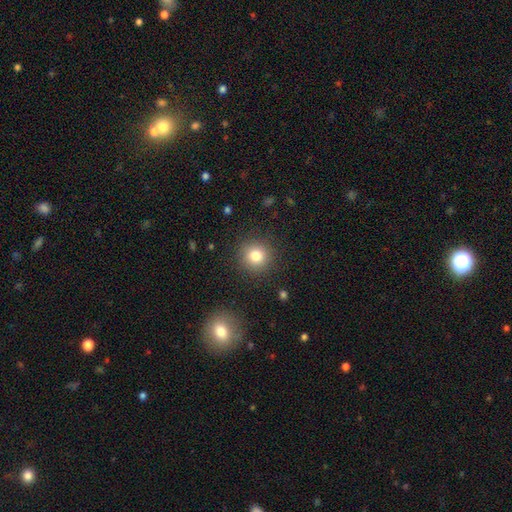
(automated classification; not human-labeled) Smooth or featured: smooth — 81% (star or artifact — 12%)
How rounded: round — 93% (in between — 6%)
Merging: none — 89% (minor disturbance — 7%)